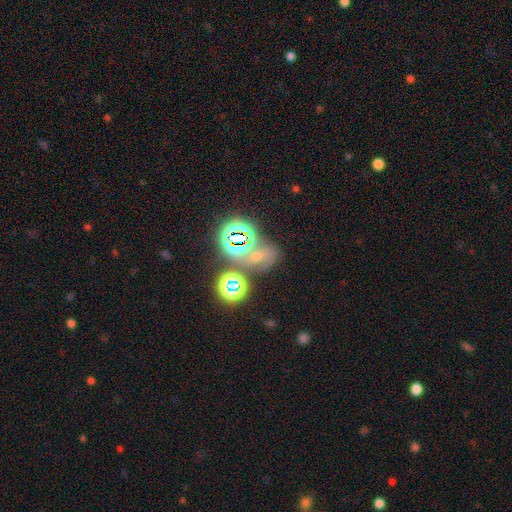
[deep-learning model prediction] This is possibly a star or artifact rather than a galaxy (54%).